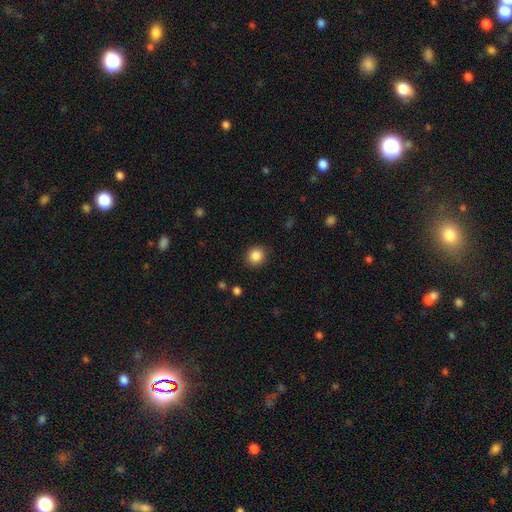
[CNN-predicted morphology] type=smooth (86%); roundness=round (86%); merging=none (89%).